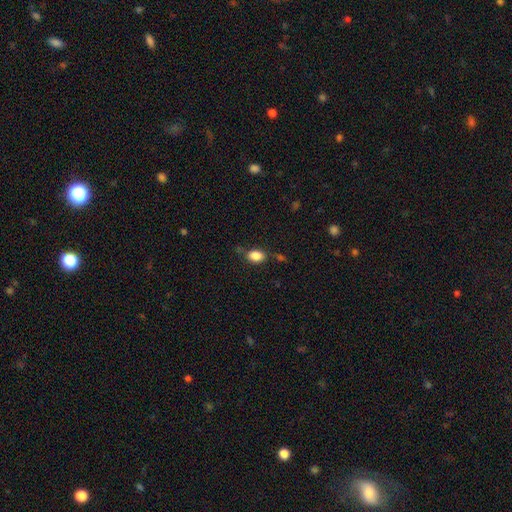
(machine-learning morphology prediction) A smooth galaxy with no disk features (85%) that is in between round and cigar-shaped (77%). Merging: none (69%).